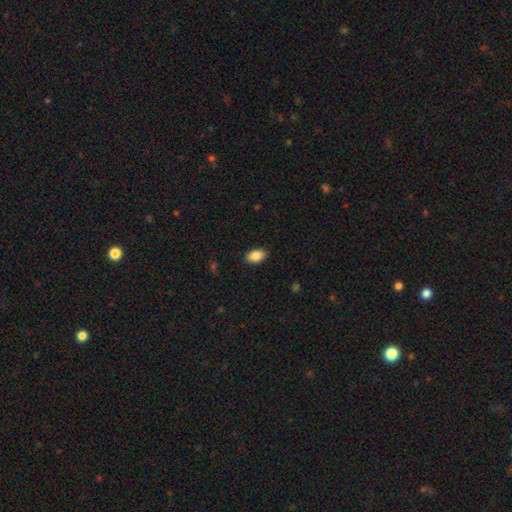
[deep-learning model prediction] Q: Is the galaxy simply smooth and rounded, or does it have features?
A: smooth — 88%.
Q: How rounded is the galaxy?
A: in between — 91%.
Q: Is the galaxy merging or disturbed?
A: none — 88%.